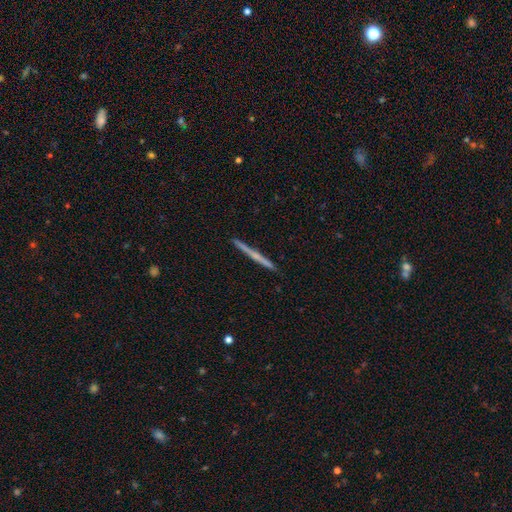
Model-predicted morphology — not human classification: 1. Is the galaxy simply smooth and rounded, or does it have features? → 62% featured or disk, 32% smooth, 6% star or artifact.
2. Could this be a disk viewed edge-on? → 98% yes, 2% no.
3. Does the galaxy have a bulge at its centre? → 59% none, 34% rounded, 6% boxy.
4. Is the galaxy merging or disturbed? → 92% none, 6% minor disturbance, 1% major disturbance, 1% merger.